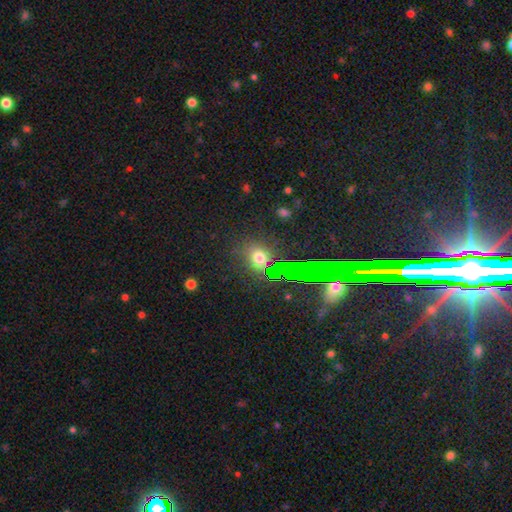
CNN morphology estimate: smooth_or_featured: star or artifact (p=0.52) [alt: smooth p=0.35]